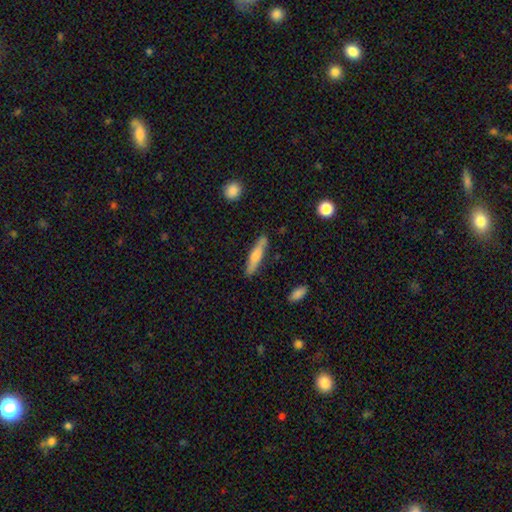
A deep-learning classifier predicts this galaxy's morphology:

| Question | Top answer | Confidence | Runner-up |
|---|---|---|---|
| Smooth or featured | smooth | 54% | featured or disk (39%) |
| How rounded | cigar-shaped | 87% | in between (11%) |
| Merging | none | 87% | minor disturbance (9%) |